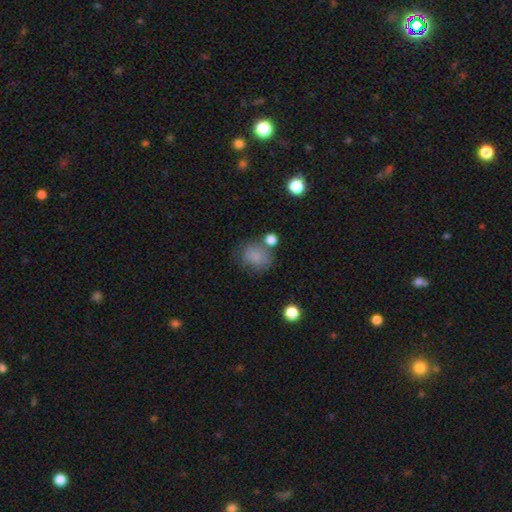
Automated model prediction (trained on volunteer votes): smooth-or-featured: smooth: 79% | star or artifact: 12% | featured or disk: 10%
  how-rounded: round: 67% | in between: 32% | cigar-shaped: 1%
  merging: none: 59% | minor disturbance: 21% | merger: 11% | major disturbance: 10%